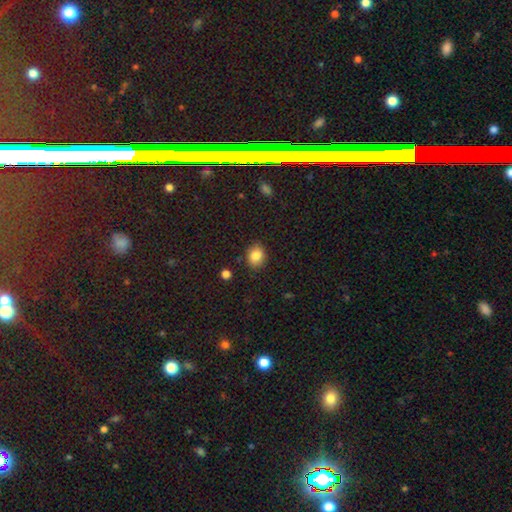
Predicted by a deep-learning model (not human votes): Smooth or featured: smooth — 85% (star or artifact — 10%)
How rounded: round — 56% (in between — 43%)
Merging: none — 86% (minor disturbance — 9%)